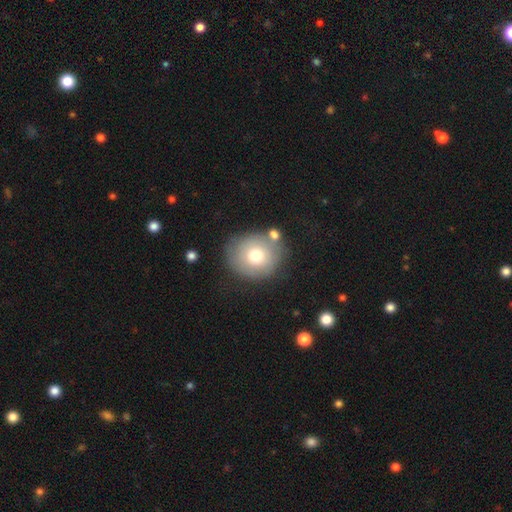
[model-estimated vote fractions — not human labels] smooth_or_featured: smooth (p=0.72) [alt: featured or disk p=0.19]
how_rounded: round (p=0.82) [alt: in between p=0.17]
merging: none (p=0.69) [alt: minor disturbance p=0.15]